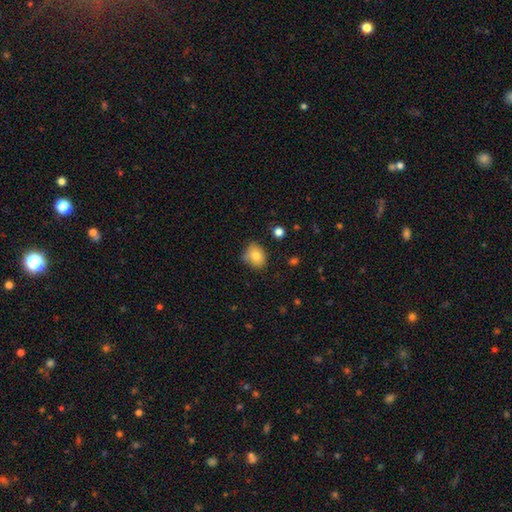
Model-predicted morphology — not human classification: Smooth or featured? Predicted: smooth (p=0.80). How rounded? Predicted: round (p=0.53). Merging? Predicted: none (p=0.67).